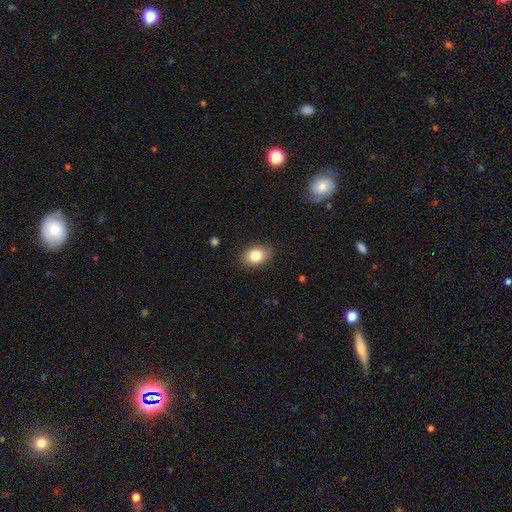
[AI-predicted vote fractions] This is clearly a smooth galaxy (82%). How rounded: likely in between (69%). Merging: clearly none (85%).